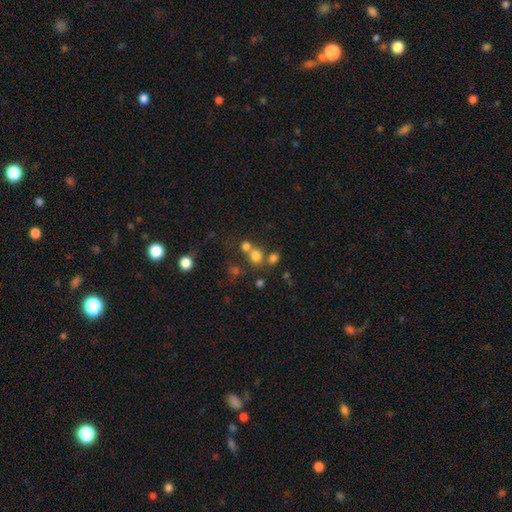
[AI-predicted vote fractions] Smooth or featured? Predicted: smooth (p=0.70). How rounded? Predicted: round (p=0.78). Merging? Predicted: none (p=0.52).